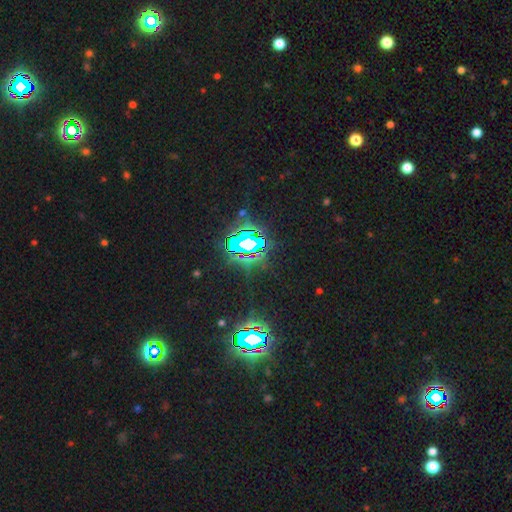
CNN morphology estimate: star or artifact 83%, smooth 10%, featured or disk 7%.